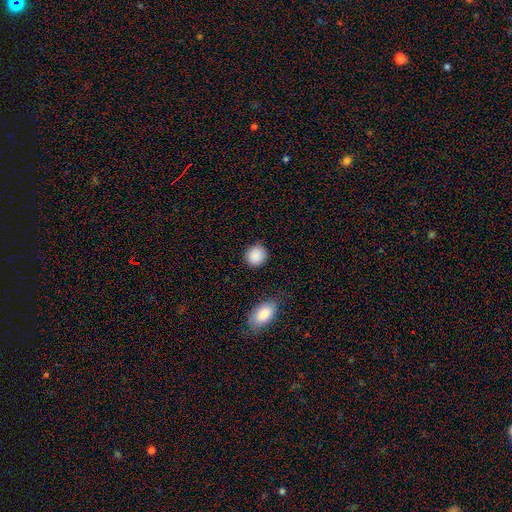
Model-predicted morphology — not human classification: This is clearly a smooth galaxy (89%). How rounded: clearly round (83%). Merging: clearly none (85%).